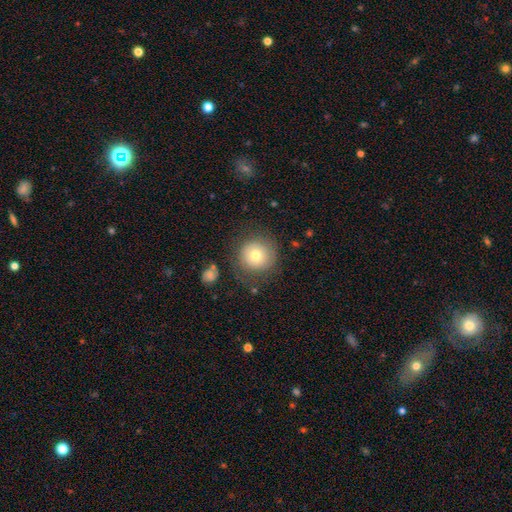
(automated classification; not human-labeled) Q: Smooth or featured?
A: smooth (70%); runner-up: featured or disk (20%)
Q: How rounded?
A: round (94%); runner-up: in between (5%)
Q: Merging?
A: none (76%); runner-up: minor disturbance (14%)